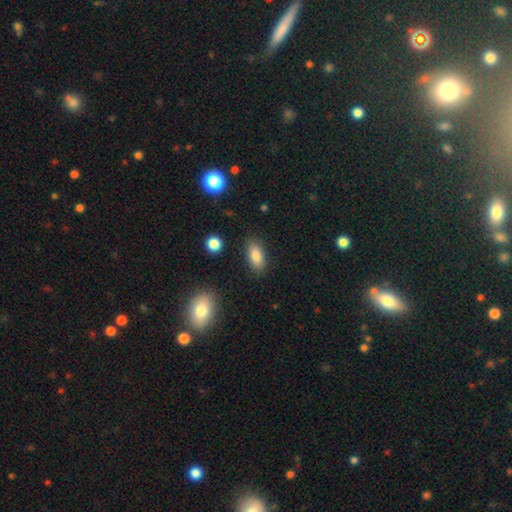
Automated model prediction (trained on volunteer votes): The model was most divided on "merging": none: 86%, minor disturbance: 10%, major disturbance: 3%, merger: 2%. More confident: how rounded — in between (89%); smooth or featured — smooth (86%).